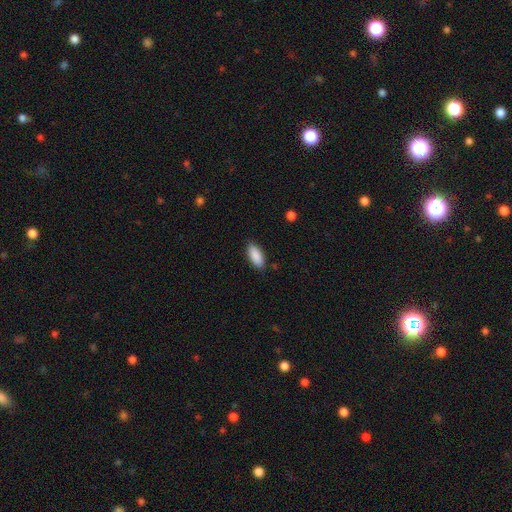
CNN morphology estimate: Overall: smooth (90%). How rounded: in between (87%). Merging: none (87%).